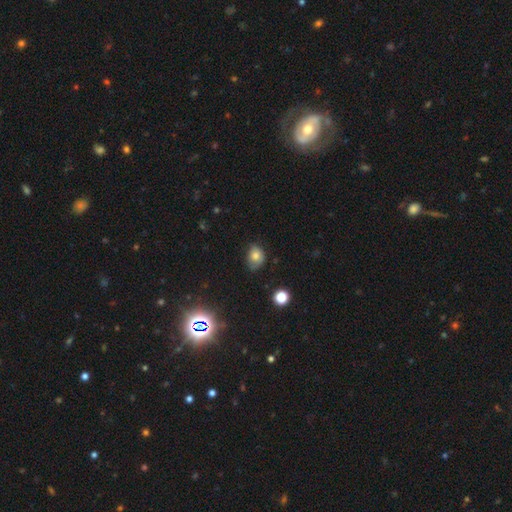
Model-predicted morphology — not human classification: smooth_or_featured: smooth (p=0.76) [alt: star or artifact p=0.13]
how_rounded: in between (p=0.54) [alt: round p=0.45]
merging: none (p=0.57) [alt: minor disturbance p=0.33]